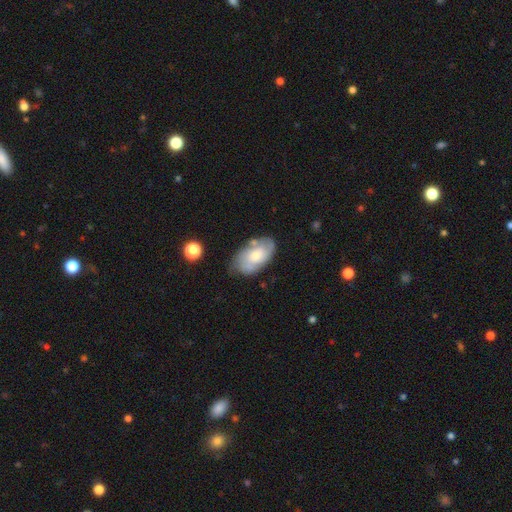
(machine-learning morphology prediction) Overall: featured or disk (49%; smooth 45%). Merging: none (61%; minor disturbance 25%).